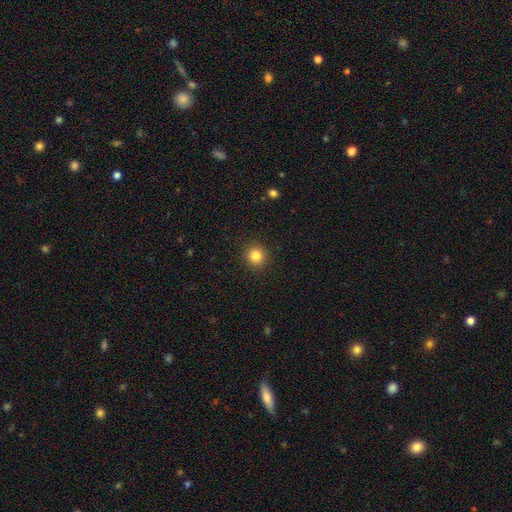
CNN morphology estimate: Smooth or featured: smooth — 84% (star or artifact — 11%)
How rounded: round — 93% (in between — 6%)
Merging: none — 92% (minor disturbance — 5%)